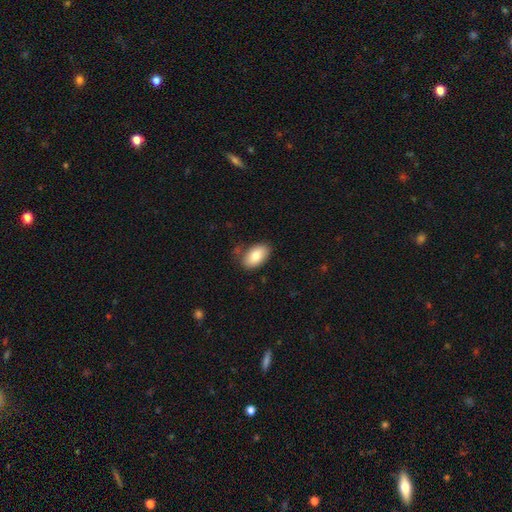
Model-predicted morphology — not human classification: smooth-or-featured: smooth: 83% | featured or disk: 10% | star or artifact: 7%
  how-rounded: in between: 94% | round: 4% | cigar-shaped: 2%
  merging: none: 78% | minor disturbance: 16% | major disturbance: 3% | merger: 3%